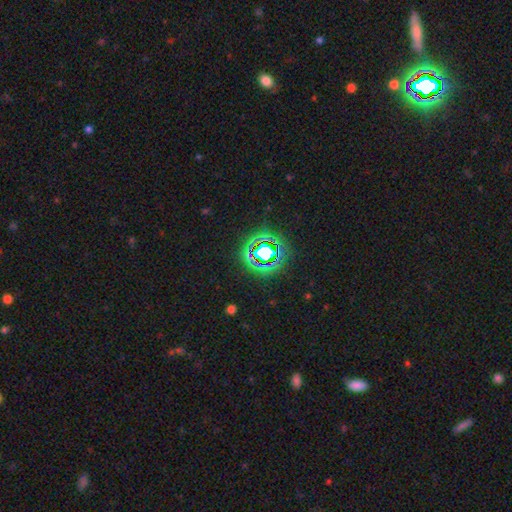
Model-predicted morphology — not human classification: A star or artifact, not a galaxy (69%).